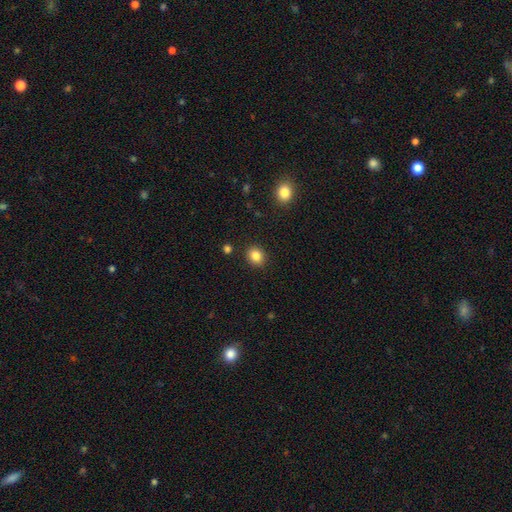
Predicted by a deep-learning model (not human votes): This appears to be a smooth galaxy with no disk features (84%) that is round (69%). Merging: none (89%).